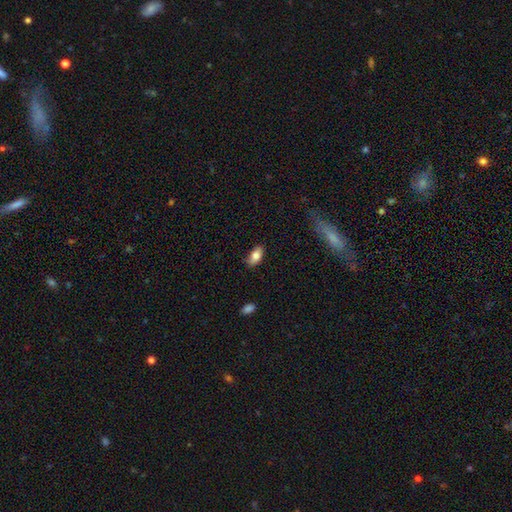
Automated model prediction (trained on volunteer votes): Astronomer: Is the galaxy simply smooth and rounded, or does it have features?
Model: smooth — 82%.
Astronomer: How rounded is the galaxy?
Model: in between — 92%.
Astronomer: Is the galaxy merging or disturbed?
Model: none — 83%.